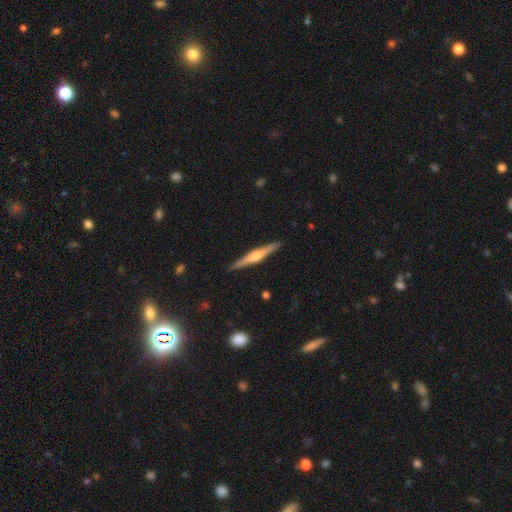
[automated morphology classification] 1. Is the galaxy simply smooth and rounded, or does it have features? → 75% featured or disk, 20% smooth, 5% star or artifact.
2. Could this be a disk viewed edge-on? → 98% yes, 2% no.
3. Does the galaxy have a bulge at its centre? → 85% rounded, 9% boxy, 5% none.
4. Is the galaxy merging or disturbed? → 91% none, 6% minor disturbance, 1% major disturbance, 1% merger.